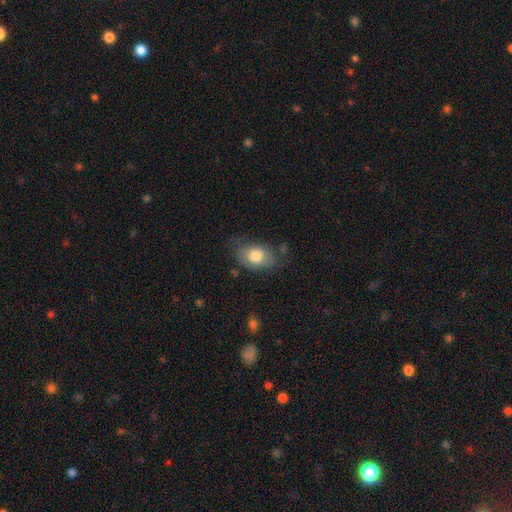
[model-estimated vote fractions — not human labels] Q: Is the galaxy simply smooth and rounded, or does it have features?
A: smooth — 77%.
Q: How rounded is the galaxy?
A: in between — 80%.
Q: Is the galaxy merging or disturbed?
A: none — 65%.